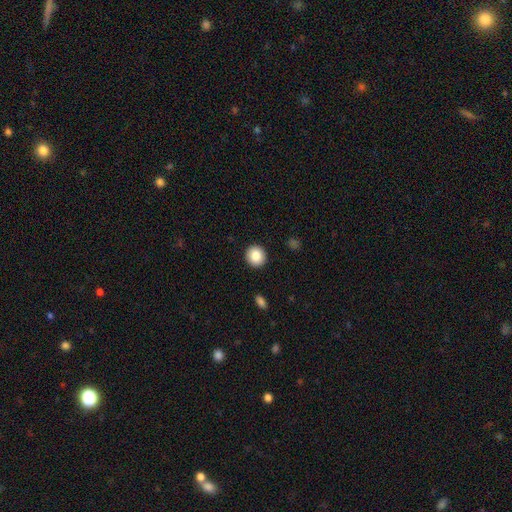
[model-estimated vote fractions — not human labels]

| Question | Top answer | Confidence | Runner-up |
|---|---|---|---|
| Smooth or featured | smooth | 86% | star or artifact (8%) |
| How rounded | round | 91% | in between (8%) |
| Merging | none | 92% | minor disturbance (5%) |